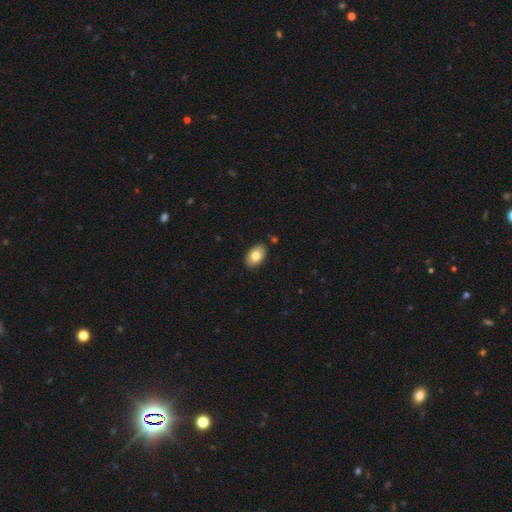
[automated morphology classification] A smooth galaxy with no disk features (80%) that is in between round and cigar-shaped (91%).

Vote fractions:
- Smooth or featured? smooth: 80% / featured or disk: 13% / star or artifact: 7%
- How rounded? in between: 91% / round: 8% / cigar-shaped: 1%
- Merging? none: 87% / minor disturbance: 10% / merger: 2% / major disturbance: 2%